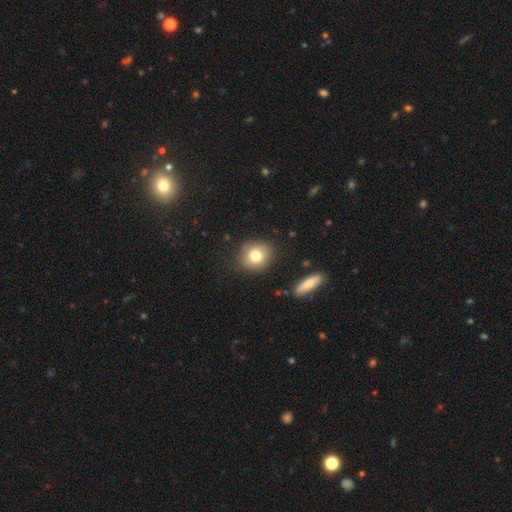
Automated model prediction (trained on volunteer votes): smooth_or_featured: smooth (p=0.78) [alt: featured or disk p=0.12]
how_rounded: round (p=0.79) [alt: in between p=0.20]
merging: none (p=0.84) [alt: minor disturbance p=0.11]